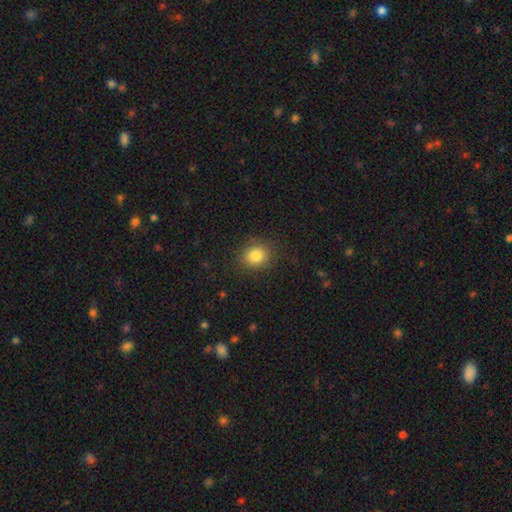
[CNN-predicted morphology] smooth 84%, star or artifact 11%, featured or disk 6%. Down the decision tree: how rounded — round (72%); merging — none (86%).